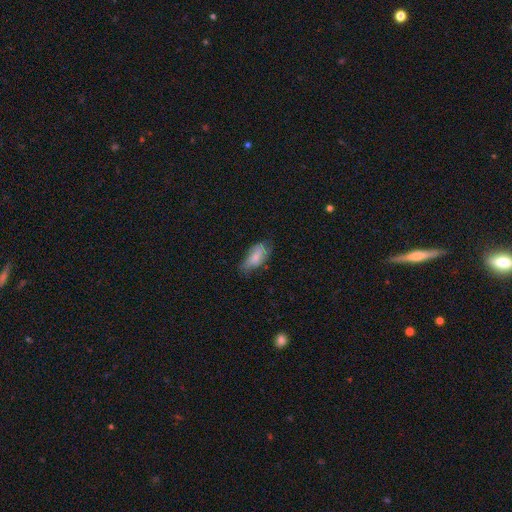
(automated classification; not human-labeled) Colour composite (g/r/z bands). It shows a smooth galaxy with no disk features (73%) that is in between round and cigar-shaped (86%). Merging: none (52%).